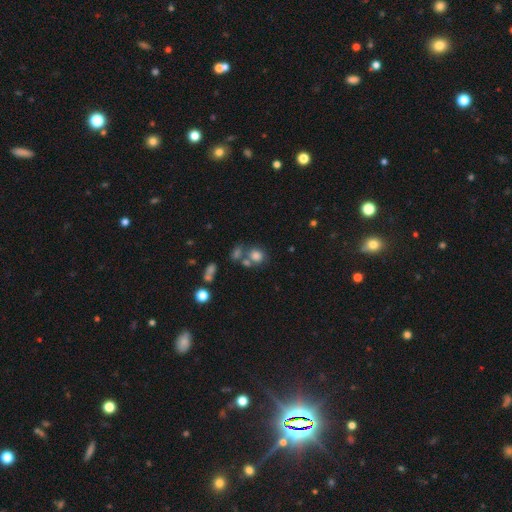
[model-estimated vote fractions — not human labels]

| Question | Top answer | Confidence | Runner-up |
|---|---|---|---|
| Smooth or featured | smooth | 75% | star or artifact (14%) |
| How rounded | round | 69% | in between (30%) |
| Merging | none | 49% | merger (31%) |